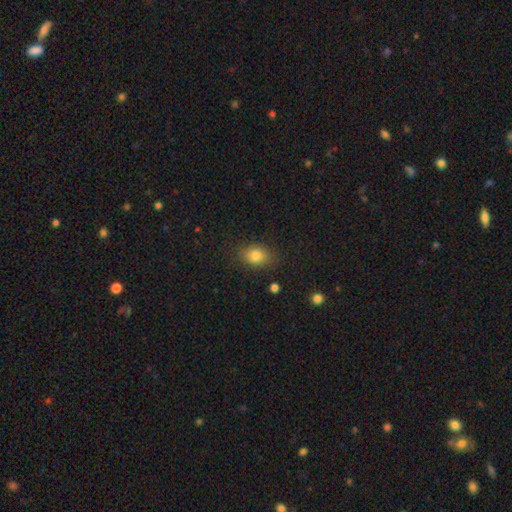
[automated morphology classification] type=smooth (82%); roundness=in between (72%); merging=none (81%).